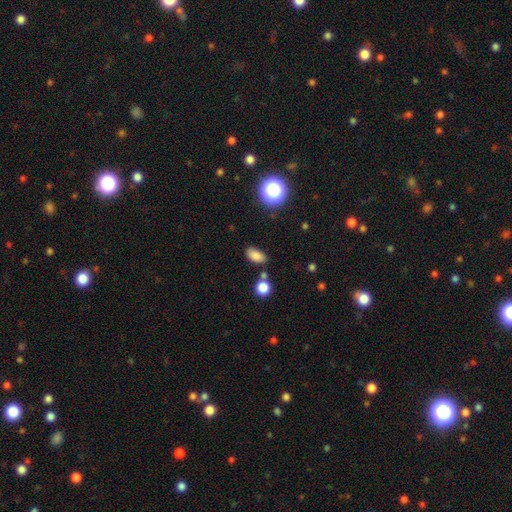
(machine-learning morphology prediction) The model was most divided on "merging": none: 79%, minor disturbance: 12%, merger: 6%, major disturbance: 3%. More confident: how rounded — in between (88%); smooth or featured — smooth (83%).